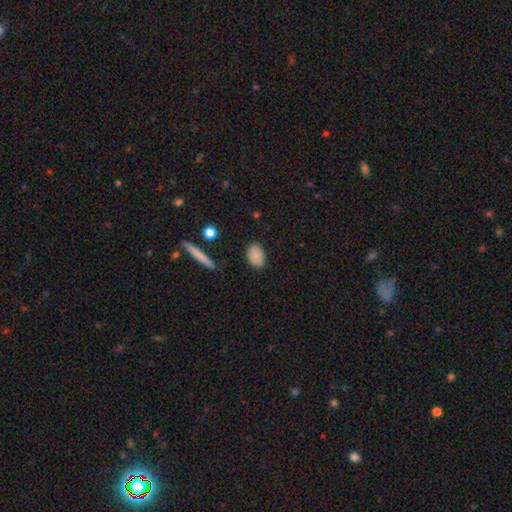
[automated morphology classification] This is clearly a smooth galaxy (86%). How rounded: clearly in between (86%). Merging: clearly none (86%).